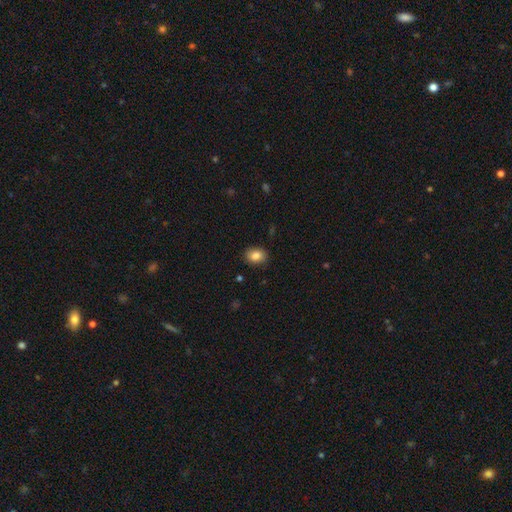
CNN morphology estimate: A smooth galaxy with no disk features (85%) that is in between round and cigar-shaped (61%). Merging: none (87%).